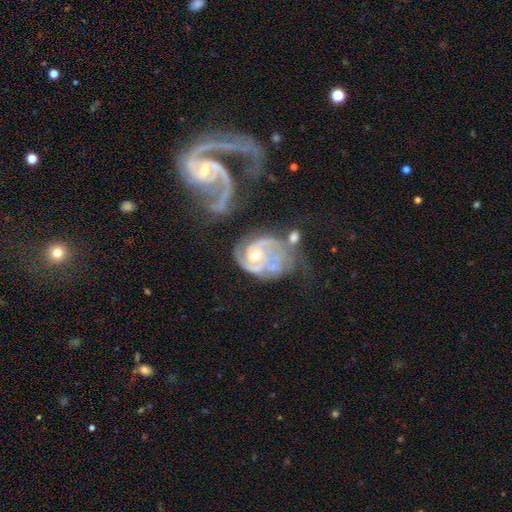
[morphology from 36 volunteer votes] Smooth or featured?
  - featured or disk: 89% *
  - smooth: 8%
  - star or artifact: 3%
Edge-on disk?
  - no: 100% *
  - yes: 0%
Bar?
  - no: 59% *
  - strong: 25%
  - weak: 16%
Spiral arms?
  - yes: 100% *
  - no: 0%
Spiral winding?
  - medium: 50% *
  - tight: 31%
  - loose: 19%
Spiral arm count?
  - 2: 81% *
  - 3: 12%
  - can't tell: 6%
  - 1: 0%
  - 4: 0%
  - more than 4: 0%
Bulge size?
  - moderate: 72% *
  - small: 25%
  - large: 3%
  - dominant: 0%
  - none: 0%
Merging?
  - minor disturbance: 29% *
  - none: 26%
  - major disturbance: 23%
  - merger: 23%